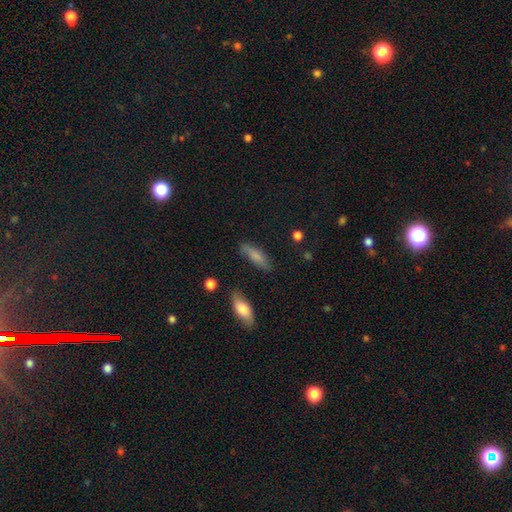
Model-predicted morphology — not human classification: Smooth or featured? smooth (79%)
How rounded? in between (49%)
Merging? none (77%)